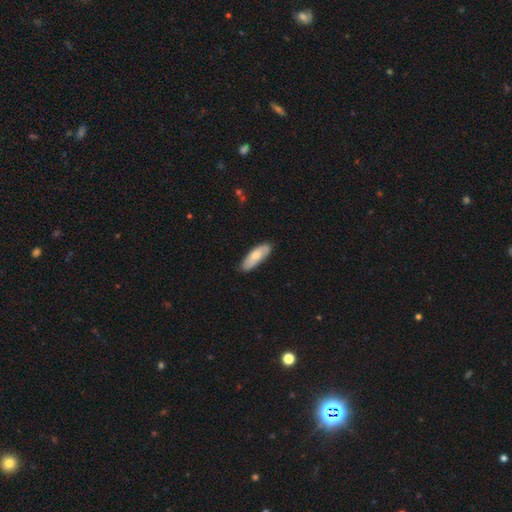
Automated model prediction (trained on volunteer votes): smooth_or_featured: smooth (p=0.68) [alt: featured or disk p=0.27]
how_rounded: in between (p=0.62) [alt: cigar-shaped p=0.36]
merging: none (p=0.81) [alt: minor disturbance p=0.15]